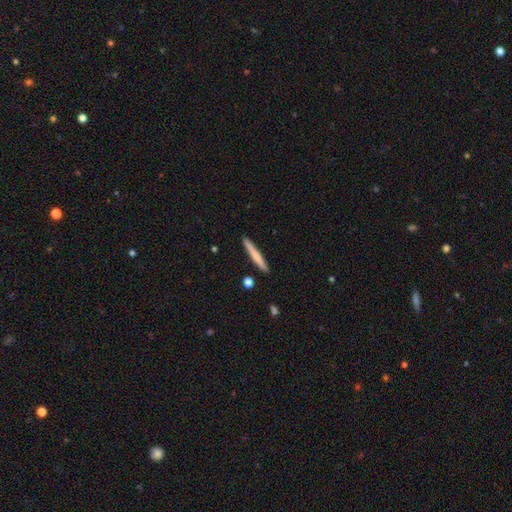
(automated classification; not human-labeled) Q: Smooth or featured?
A: smooth (66%); runner-up: featured or disk (28%)
Q: How rounded?
A: cigar-shaped (96%); runner-up: in between (3%)
Q: Merging?
A: none (90%); runner-up: minor disturbance (6%)